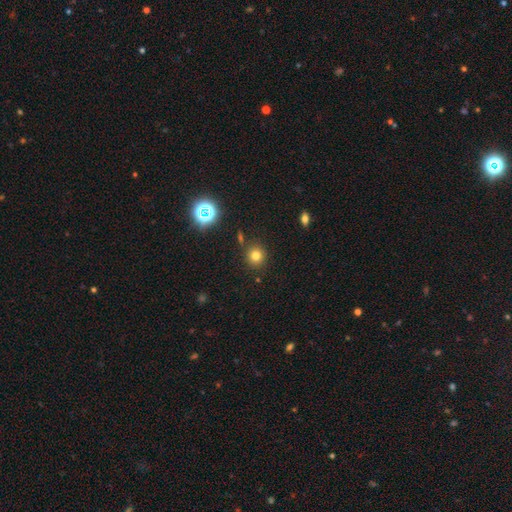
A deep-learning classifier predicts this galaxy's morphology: The model was most divided on "smooth or featured": smooth: 75%, star or artifact: 18%, featured or disk: 7%. More confident: how rounded — round (90%); merging — none (85%).